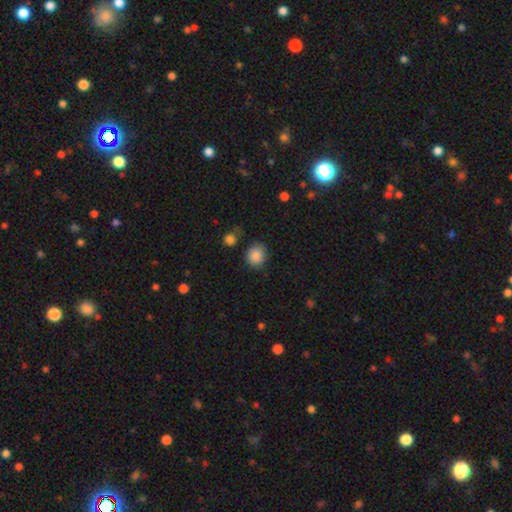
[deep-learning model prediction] smooth-or-featured: smooth: 87% | star or artifact: 9% | featured or disk: 4%
  how-rounded: round: 79% | in between: 20% | cigar-shaped: 1%
  merging: none: 80% | minor disturbance: 14% | major disturbance: 4% | merger: 3%